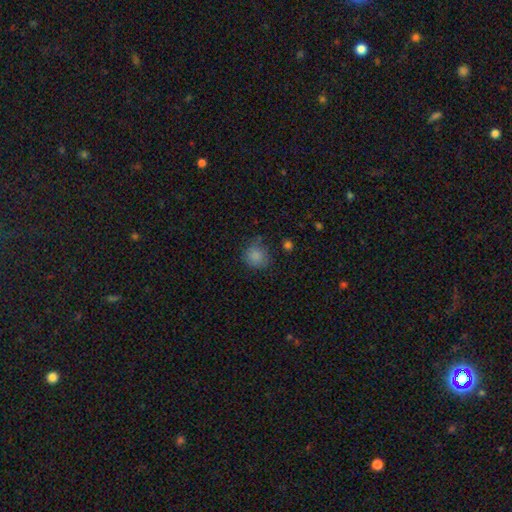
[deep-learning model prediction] Smooth or featured: smooth — 84% (star or artifact — 10%)
How rounded: round — 85% (in between — 15%)
Merging: none — 72% (minor disturbance — 20%)